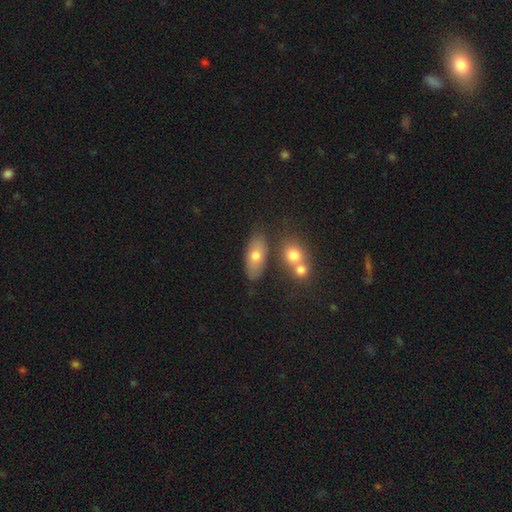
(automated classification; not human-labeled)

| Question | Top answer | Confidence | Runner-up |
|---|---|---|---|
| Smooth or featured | smooth | 69% | featured or disk (23%) |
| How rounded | in between | 82% | cigar-shaped (10%) |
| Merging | none | 63% | merger (19%) |